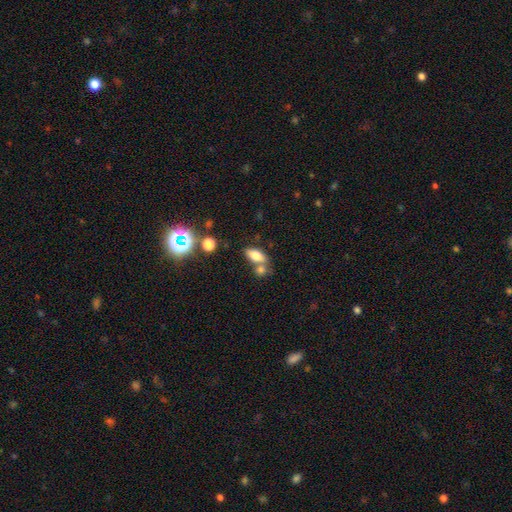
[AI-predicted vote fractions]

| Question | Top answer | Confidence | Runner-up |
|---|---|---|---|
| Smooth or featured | smooth | 74% | featured or disk (14%) |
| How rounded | in between | 84% | cigar-shaped (9%) |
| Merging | none | 49% | merger (33%) |